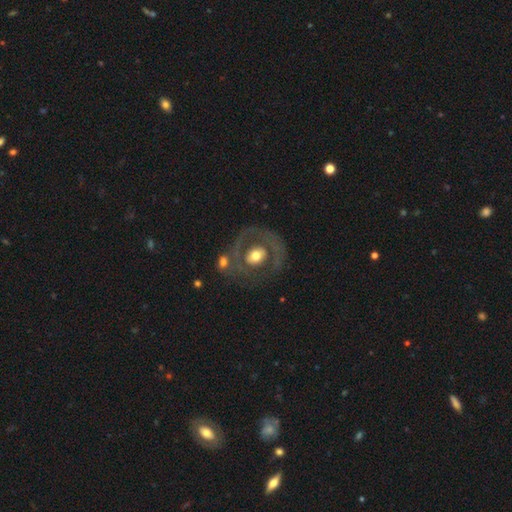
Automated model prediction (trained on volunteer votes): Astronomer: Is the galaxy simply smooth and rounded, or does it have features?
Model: featured or disk — 57% (runner-up: smooth, 36%).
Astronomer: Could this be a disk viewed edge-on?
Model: no — 96%.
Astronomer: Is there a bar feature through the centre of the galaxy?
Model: no — 76%.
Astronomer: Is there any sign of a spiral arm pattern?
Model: no — 72%.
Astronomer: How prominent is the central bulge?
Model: moderate — 65%.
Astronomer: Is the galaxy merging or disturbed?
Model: none — 65%.